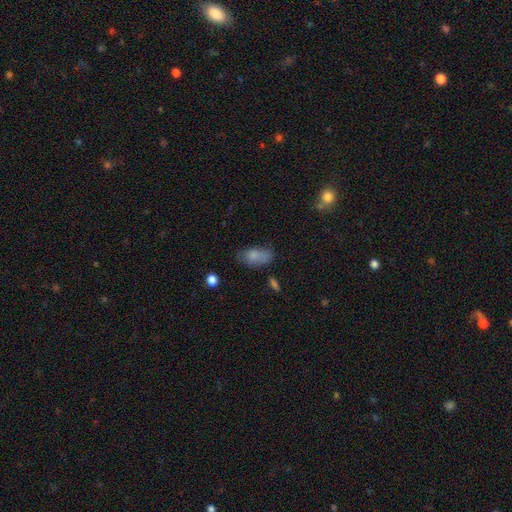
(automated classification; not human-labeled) Overall: smooth (80%). How rounded: in between (91%). Merging: none (57%; minor disturbance 28%).